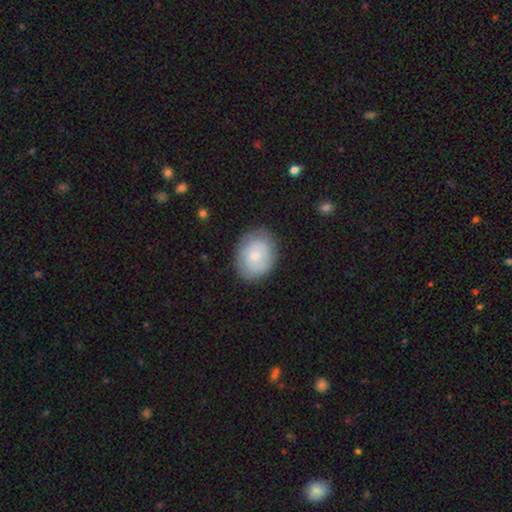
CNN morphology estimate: This is possibly a smooth galaxy (58%). How rounded: possibly round (52%). Merging: likely none (78%).